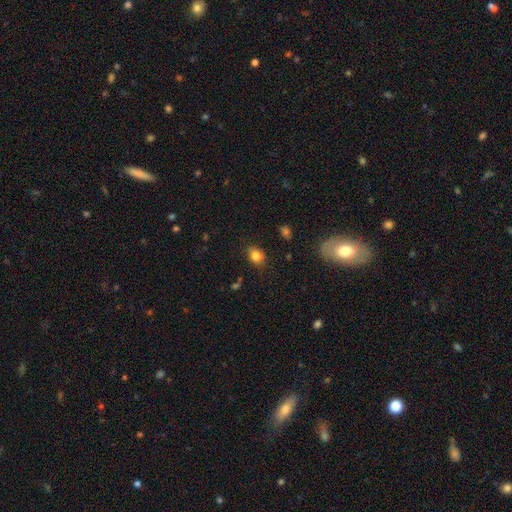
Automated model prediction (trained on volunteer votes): Smooth or featured? smooth (81%)
How rounded? in between (53%)
Merging? none (81%)